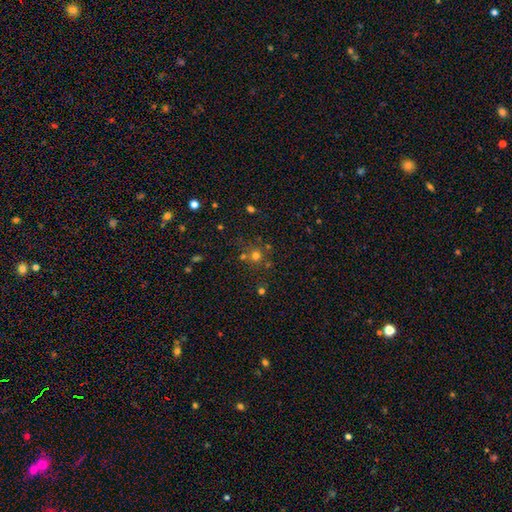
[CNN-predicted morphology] This is likely a smooth galaxy (66%). How rounded: clearly round (91%). Merging: likely none (71%).